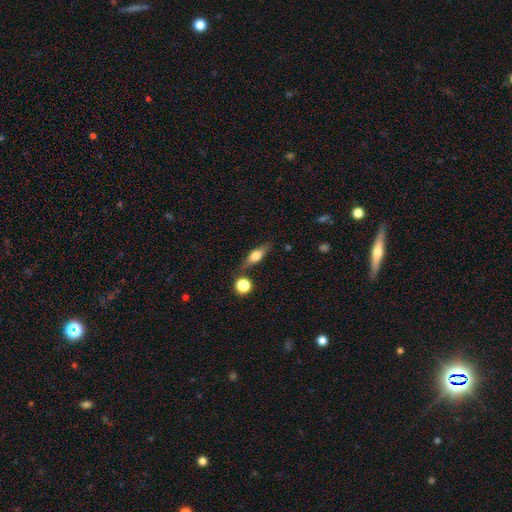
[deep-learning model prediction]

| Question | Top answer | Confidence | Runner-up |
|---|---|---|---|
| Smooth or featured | smooth | 51% | featured or disk (41%) |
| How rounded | in between | 50% | cigar-shaped (41%) |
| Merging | none | 76% | minor disturbance (14%) |